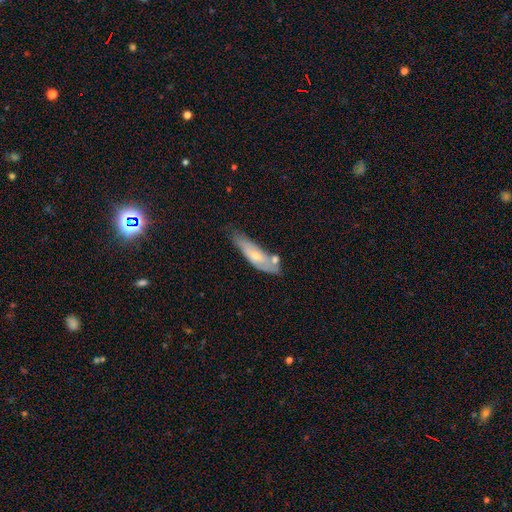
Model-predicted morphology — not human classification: Q: Smooth or featured?
A: smooth (54%); runner-up: featured or disk (40%)
Q: How rounded?
A: cigar-shaped (57%); runner-up: in between (41%)
Q: Merging?
A: none (48%); runner-up: minor disturbance (27%)